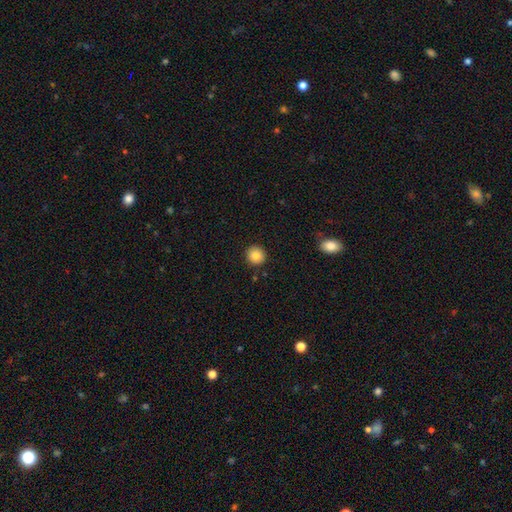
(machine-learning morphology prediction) This appears to be a smooth galaxy with no disk features (85%) that is round (94%). Merging: none (91%).